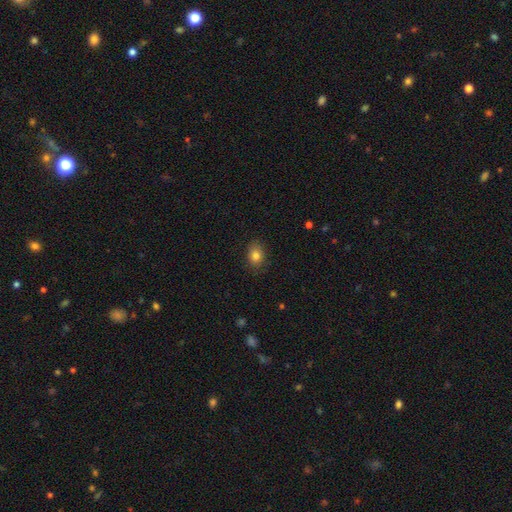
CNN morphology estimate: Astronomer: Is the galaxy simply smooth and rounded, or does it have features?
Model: smooth — 81%.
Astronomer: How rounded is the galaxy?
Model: in between — 61% (runner-up: round, 38%).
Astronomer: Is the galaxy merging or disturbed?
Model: none — 82%.